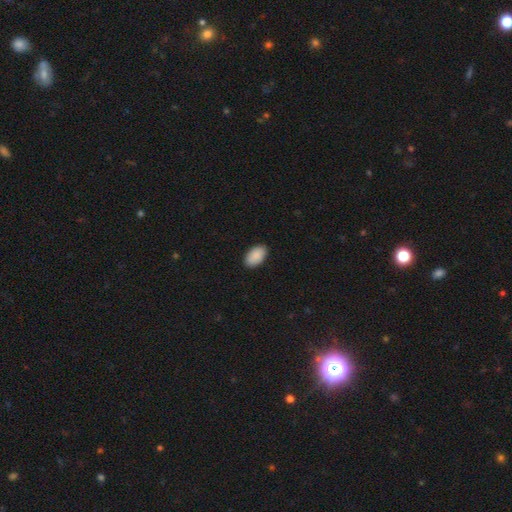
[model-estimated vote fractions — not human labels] smooth_or_featured: smooth (p=0.91) [alt: star or artifact p=0.06]
how_rounded: in between (p=0.94) [alt: round p=0.04]
merging: none (p=0.88) [alt: minor disturbance p=0.09]